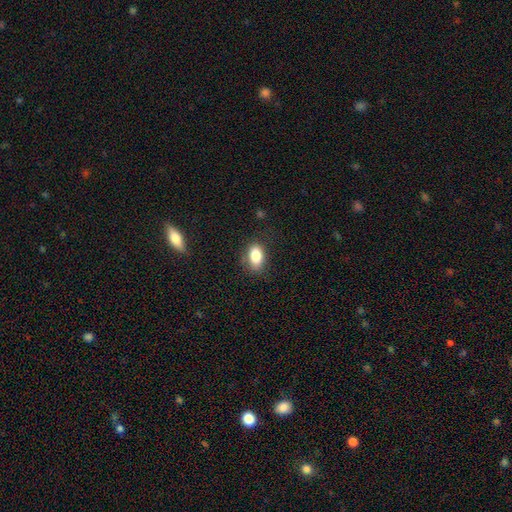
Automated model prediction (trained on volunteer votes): Morphology: type=smooth (84%); roundness=in between (88%); merging=none (78%).